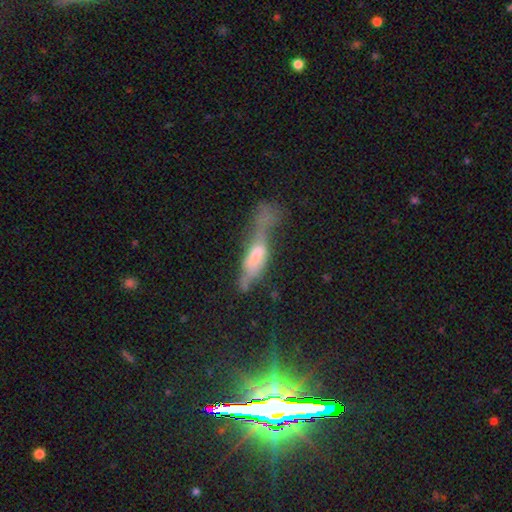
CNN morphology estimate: Smooth or featured?
  - featured or disk: 44% * (tied)
  - smooth: 44% * (tied)
  - star or artifact: 12%
Merging?
  - major disturbance: 45% *
  - none: 21%
  - minor disturbance: 20%
  - merger: 15%